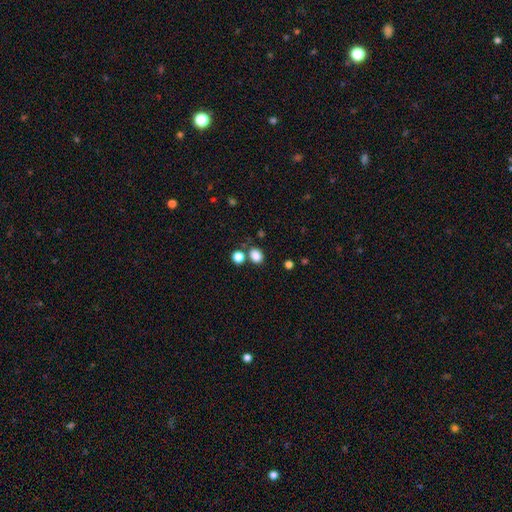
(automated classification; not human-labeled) Q: Smooth or featured?
A: smooth (84%); runner-up: star or artifact (12%)
Q: How rounded?
A: round (50%); runner-up: in between (49%)
Q: Merging?
A: none (73%); runner-up: merger (13%)